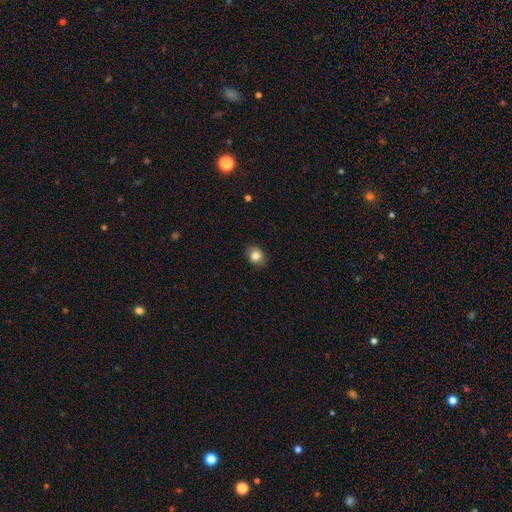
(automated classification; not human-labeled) Q: Smooth or featured?
A: smooth (83%); runner-up: star or artifact (10%)
Q: How rounded?
A: round (56%); runner-up: in between (43%)
Q: Merging?
A: none (87%); runner-up: minor disturbance (10%)